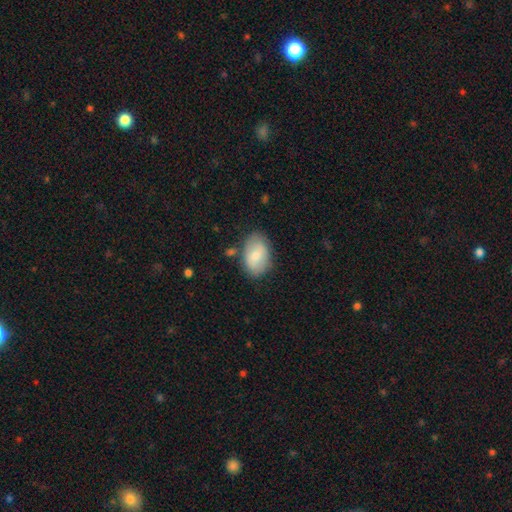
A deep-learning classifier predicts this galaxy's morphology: type=smooth (74%); roundness=in between (90%); merging=none (73%).